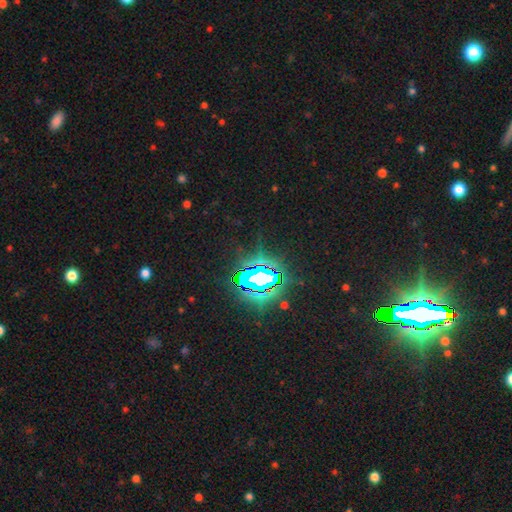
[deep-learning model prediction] This appears to be a star or artifact, not a galaxy (86%).